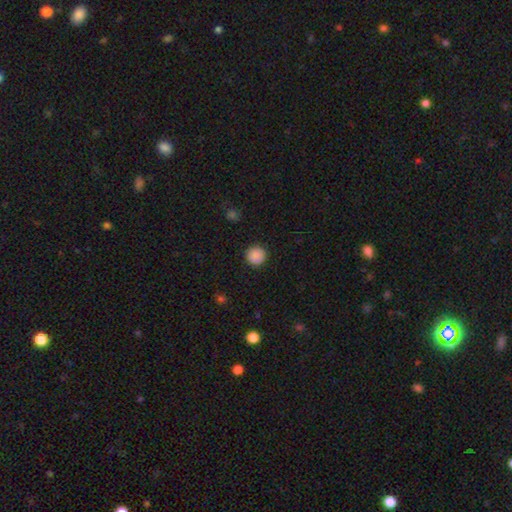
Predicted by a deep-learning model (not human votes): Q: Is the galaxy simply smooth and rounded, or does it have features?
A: smooth — 88%.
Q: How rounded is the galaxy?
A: round — 95%.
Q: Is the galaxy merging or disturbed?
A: none — 92%.